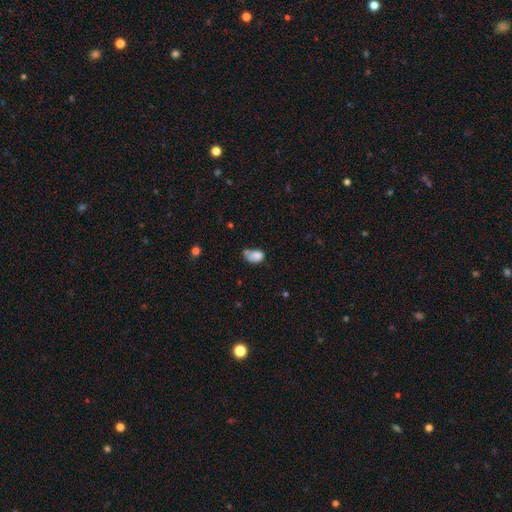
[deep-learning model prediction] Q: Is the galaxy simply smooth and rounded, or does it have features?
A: smooth — 78%.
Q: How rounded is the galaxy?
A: in between — 78%.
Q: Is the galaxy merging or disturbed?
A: none — 34%.